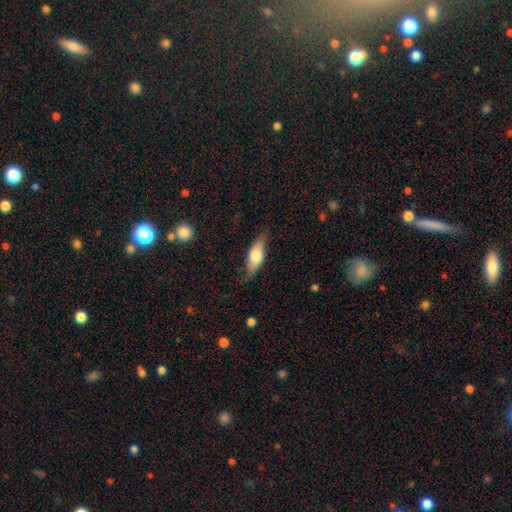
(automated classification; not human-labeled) Smooth or featured?
  - smooth: 62% *
  - featured or disk: 32%
  - star or artifact: 6%
How rounded?
  - in between: 68% *
  - cigar-shaped: 29%
  - round: 3%
Merging?
  - none: 74% *
  - minor disturbance: 20%
  - major disturbance: 5%
  - merger: 1%